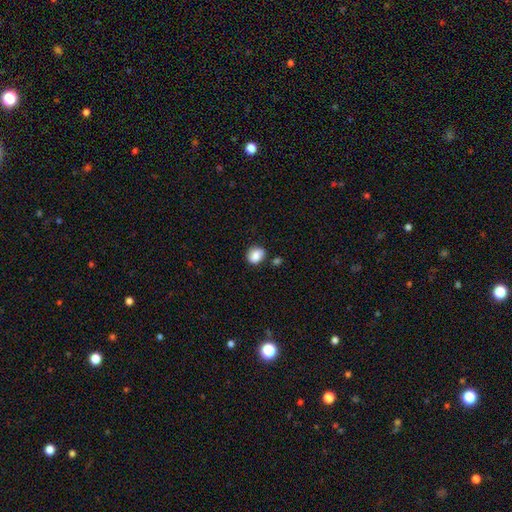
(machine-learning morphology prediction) smooth 83%, star or artifact 9%, featured or disk 8%. Down the decision tree: how rounded — round (61%); merging — none (69%).